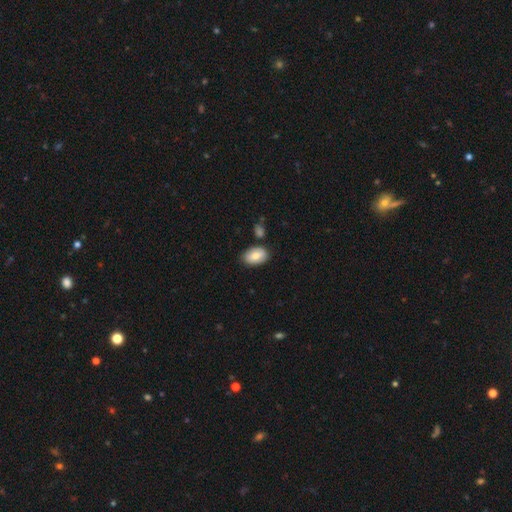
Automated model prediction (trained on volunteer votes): A smooth galaxy with no disk features (78%) that is in between round and cigar-shaped (91%).

Vote fractions:
- Smooth or featured? smooth: 78% / featured or disk: 16% / star or artifact: 7%
- How rounded? in between: 91% / round: 8% / cigar-shaped: 1%
- Merging? none: 80% / minor disturbance: 13% / merger: 5% / major disturbance: 3%